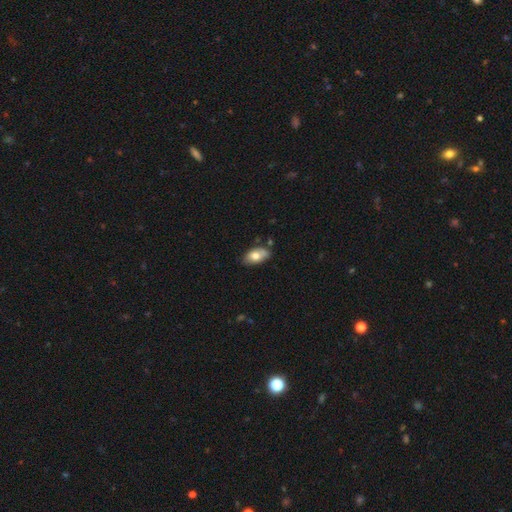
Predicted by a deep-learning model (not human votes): This appears to be a smooth galaxy with no disk features (73%) that is in between round and cigar-shaped (92%). Merging: none (71%).